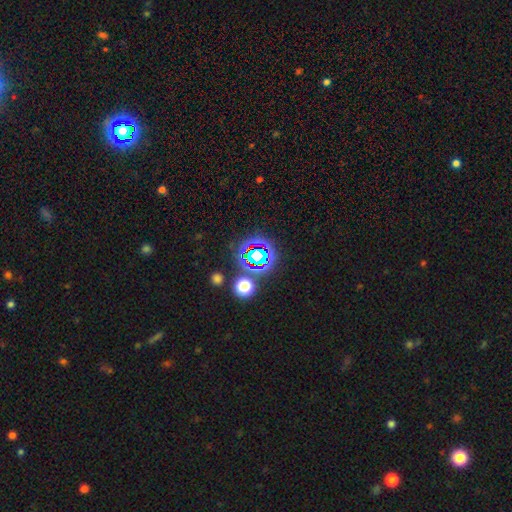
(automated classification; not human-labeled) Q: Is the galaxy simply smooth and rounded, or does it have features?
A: star or artifact — 67%.